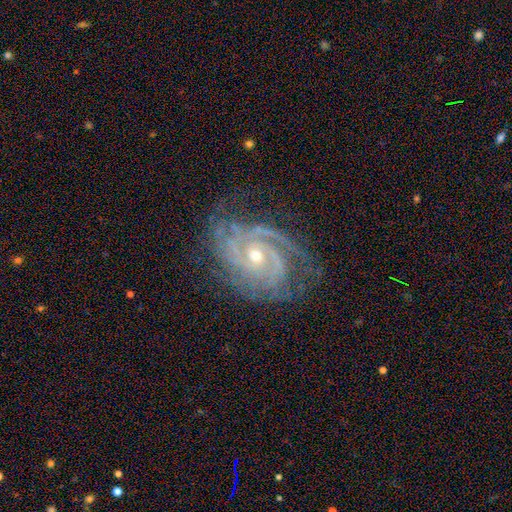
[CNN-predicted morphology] Smooth or featured?
  - featured or disk: 90% *
  - star or artifact: 6%
  - smooth: 3%
Edge-on disk?
  - no: 97% *
  - yes: 3%
Bar?
  - no: 65% *
  - weak: 26%
  - strong: 9%
Spiral arms?
  - yes: 98% *
  - no: 2%
Spiral winding?
  - tight: 71% *
  - medium: 25%
  - loose: 4%
Spiral arm count?
  - 3: 30% *
  - 2: 28%
  - can't tell: 16%
  - 4: 12%
  - more than 4: 7%
  - 1: 7%
Bulge size?
  - moderate: 50% *
  - small: 47%
  - large: 2%
  - none: 1%
  - dominant: 1%
Merging?
  - none: 72% *
  - minor disturbance: 19%
  - major disturbance: 8%
  - merger: 1%